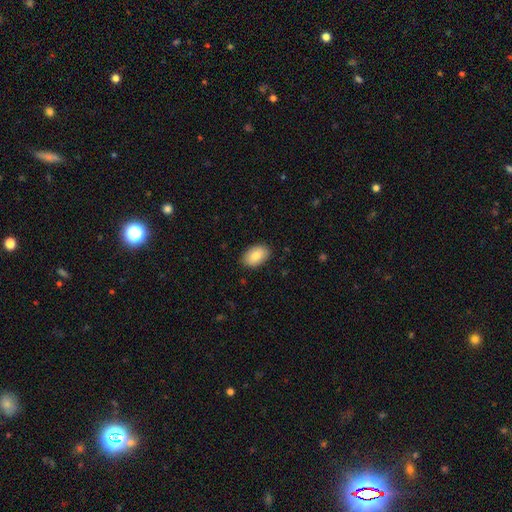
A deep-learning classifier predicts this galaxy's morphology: This appears to be a smooth galaxy with no disk features (82%) that is in between round and cigar-shaped (90%). Merging: none (87%).